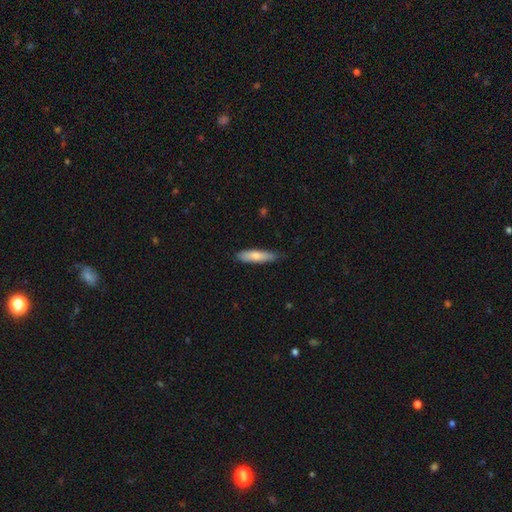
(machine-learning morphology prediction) This is likely a smooth galaxy (75%). How rounded: likely cigar-shaped (69%). Merging: likely none (76%).